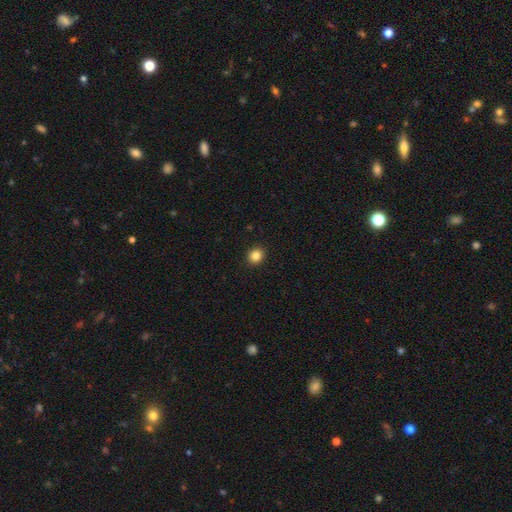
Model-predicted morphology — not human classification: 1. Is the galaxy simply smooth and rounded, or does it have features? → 85% smooth, 11% star or artifact, 4% featured or disk.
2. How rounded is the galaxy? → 80% round, 19% in between, 1% cigar-shaped.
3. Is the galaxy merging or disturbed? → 92% none, 5% minor disturbance, 2% major disturbance, 1% merger.